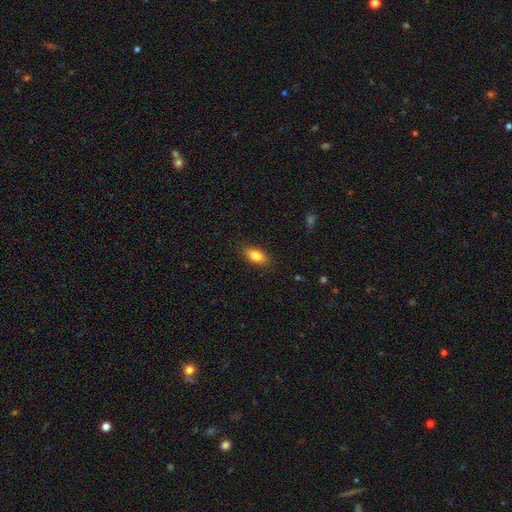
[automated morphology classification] Smooth or featured: smooth — 84% (featured or disk — 8%)
How rounded: in between — 88% (cigar-shaped — 7%)
Merging: none — 86% (minor disturbance — 10%)